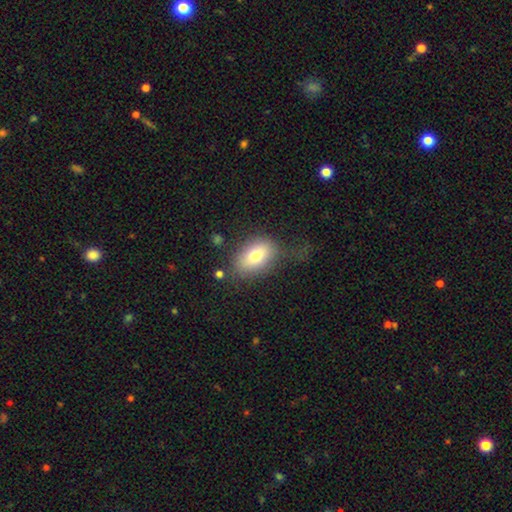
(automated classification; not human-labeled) A smooth galaxy with no disk features (77%) that is in between round and cigar-shaped (88%).

Vote fractions:
- Smooth or featured? smooth: 77% / featured or disk: 15% / star or artifact: 9%
- How rounded? in between: 88% / round: 10% / cigar-shaped: 2%
- Merging? none: 56% / minor disturbance: 23% / major disturbance: 17% / merger: 4%